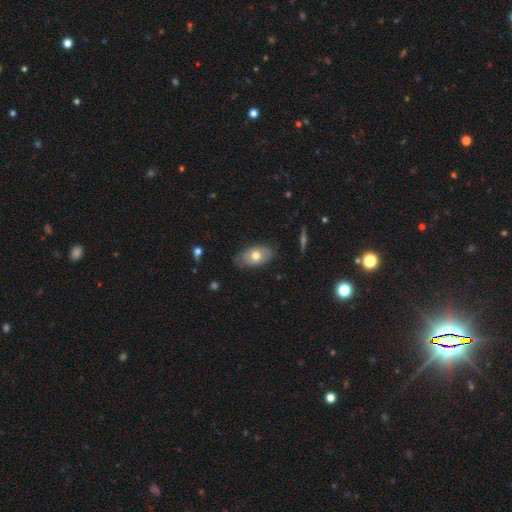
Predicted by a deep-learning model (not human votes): smooth_or_featured: smooth (p=0.66) [alt: featured or disk p=0.27]
how_rounded: in between (p=0.90) [alt: round p=0.08]
merging: none (p=0.75) [alt: minor disturbance p=0.20]